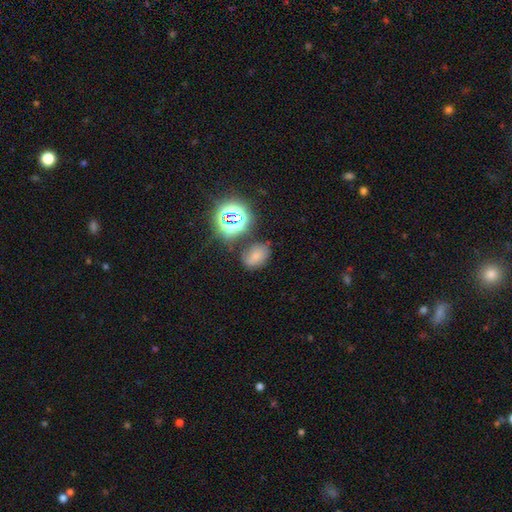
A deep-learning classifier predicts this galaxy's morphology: smooth 60%, star or artifact 25%, featured or disk 15%. Down the decision tree: how rounded — in between (72%); merging — none (62%).